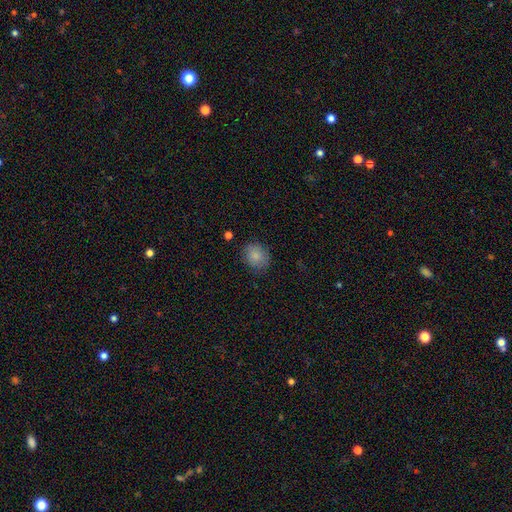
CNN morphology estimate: smooth-or-featured: smooth: 85% | star or artifact: 8% | featured or disk: 7%
  how-rounded: round: 60% | in between: 39% | cigar-shaped: 1%
  merging: none: 80% | minor disturbance: 15% | major disturbance: 4% | merger: 1%